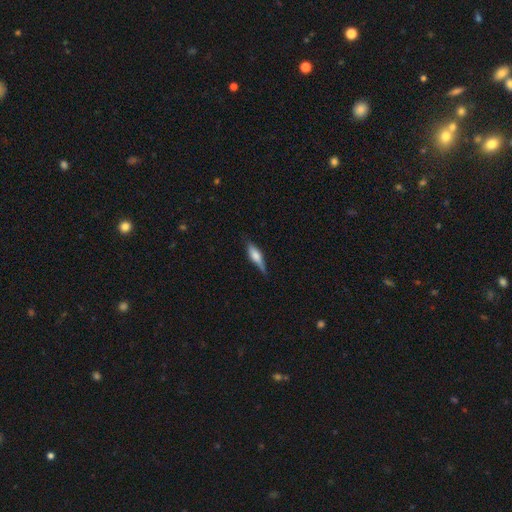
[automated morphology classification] A smooth galaxy with no disk features (57%) that is cigar-shaped (59%).

Vote fractions:
- Smooth or featured? smooth: 57% / featured or disk: 37% / star or artifact: 6%
- How rounded? cigar-shaped: 59% / in between: 39% / round: 2%
- Merging? none: 68% / minor disturbance: 25% / major disturbance: 5% / merger: 2%